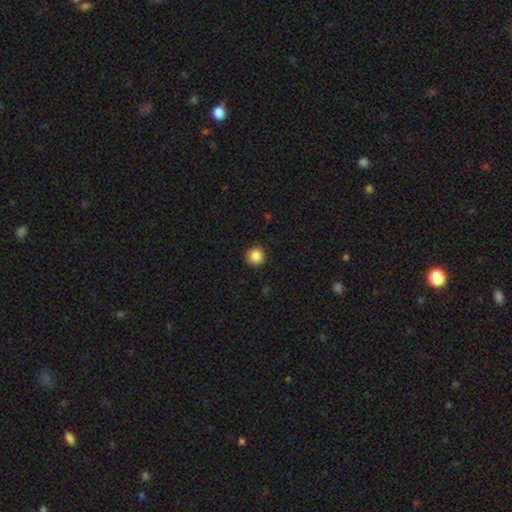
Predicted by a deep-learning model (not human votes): This is clearly a smooth galaxy (86%). How rounded: clearly round (95%). Merging: clearly none (92%).